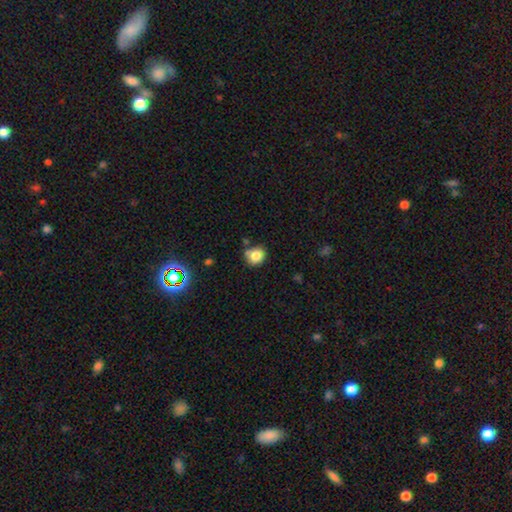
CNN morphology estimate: Smooth or featured?
  - smooth: 81% *
  - star or artifact: 11%
  - featured or disk: 7%
How rounded?
  - round: 72% *
  - in between: 27%
  - cigar-shaped: 1%
Merging?
  - none: 68% *
  - minor disturbance: 17%
  - merger: 10%
  - major disturbance: 4%